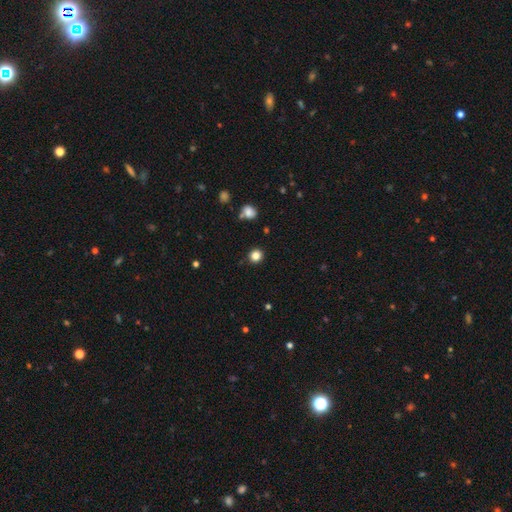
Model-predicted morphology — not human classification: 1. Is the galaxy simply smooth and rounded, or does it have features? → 83% smooth, 12% star or artifact, 4% featured or disk.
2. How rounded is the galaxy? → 91% round, 8% in between, 1% cigar-shaped.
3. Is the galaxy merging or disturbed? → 89% none, 7% minor disturbance, 2% major disturbance, 2% merger.